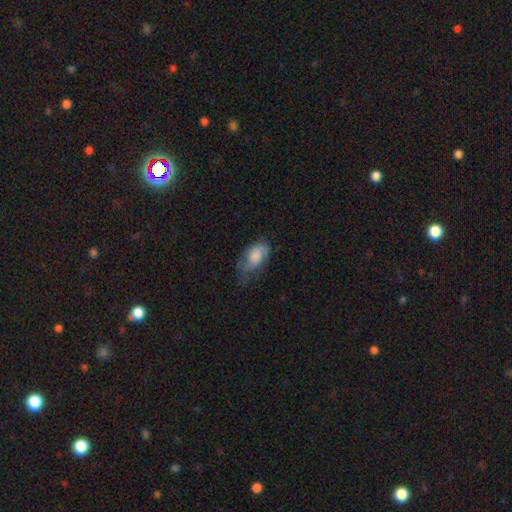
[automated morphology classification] A smooth galaxy with no disk features (63%) that is in between round and cigar-shaped (91%). Merging: none (41%).